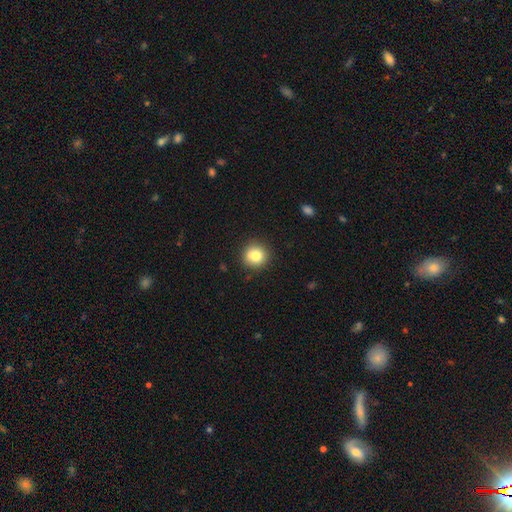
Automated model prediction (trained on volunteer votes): A smooth galaxy with no disk features (81%) that is round (92%). Merging: none (86%).